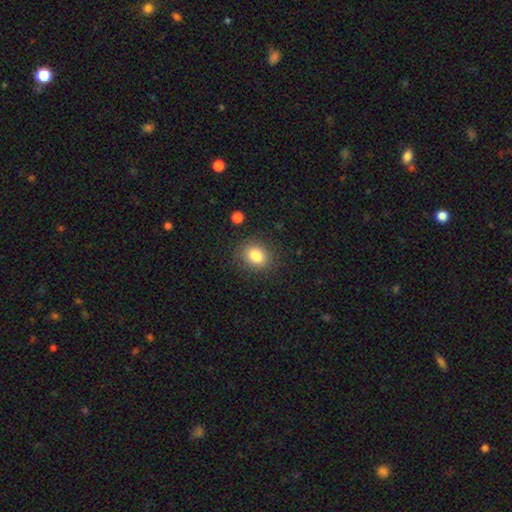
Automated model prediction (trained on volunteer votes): smooth-or-featured: smooth: 83% | star or artifact: 10% | featured or disk: 7%
  how-rounded: round: 55% | in between: 44% | cigar-shaped: 1%
  merging: none: 85% | minor disturbance: 10% | major disturbance: 3% | merger: 2%